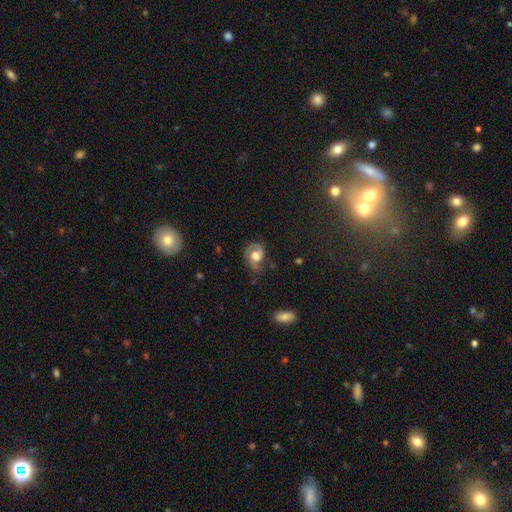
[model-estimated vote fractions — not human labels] A featured or disk galaxy (73%) with no bar (62%), 2 (79%) medium (49%) spiral arms (92%) and a moderate central bulge (43%, tied with large). Merging: none (53%).